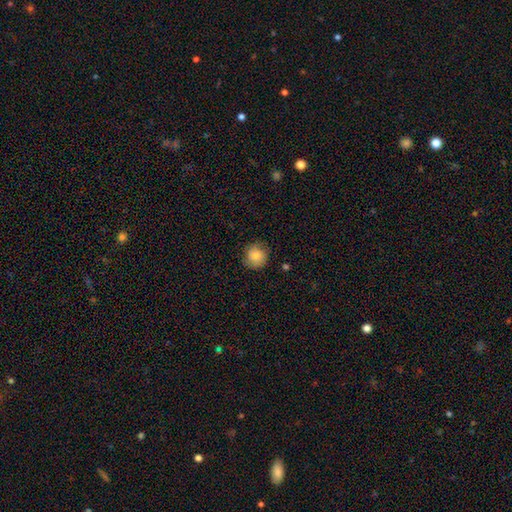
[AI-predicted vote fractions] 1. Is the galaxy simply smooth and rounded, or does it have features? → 79% smooth, 12% featured or disk, 8% star or artifact.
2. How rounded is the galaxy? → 90% round, 9% in between, 1% cigar-shaped.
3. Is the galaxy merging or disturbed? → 81% none, 14% minor disturbance, 3% major disturbance, 1% merger.